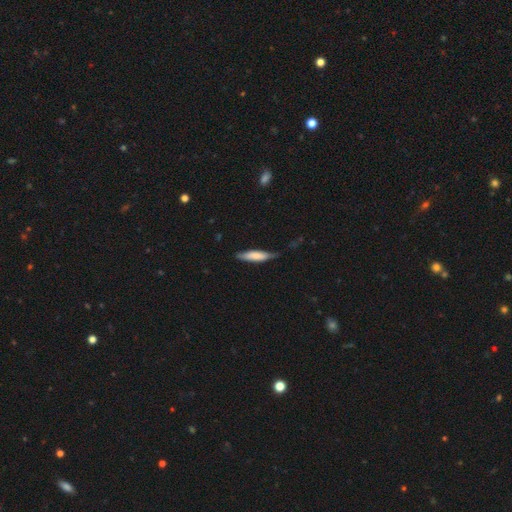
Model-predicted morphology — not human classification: Smooth or featured? smooth (69%)
How rounded? cigar-shaped (72%)
Merging? none (63%)